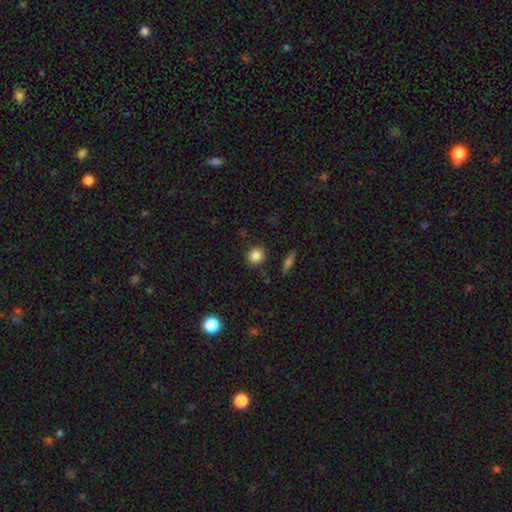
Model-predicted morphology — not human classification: smooth-or-featured: smooth: 85% | star or artifact: 9% | featured or disk: 5%
  how-rounded: round: 73% | in between: 26% | cigar-shaped: 2%
  merging: none: 85% | minor disturbance: 10% | major disturbance: 3% | merger: 2%